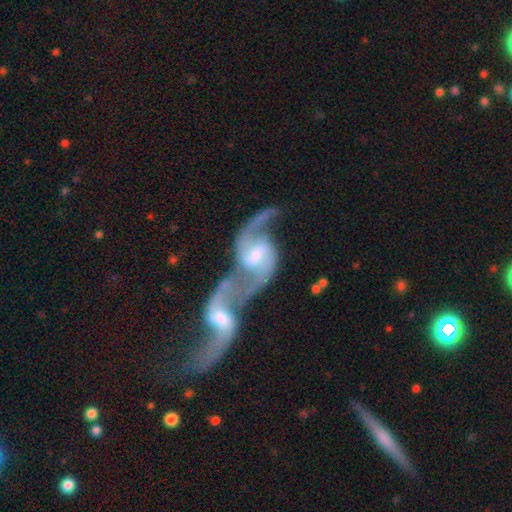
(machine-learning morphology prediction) smooth_or_featured: featured or disk (p=0.89) [alt: smooth p=0.06]
disk_edge_on: no (p=0.97) [alt: yes p=0.03]
bar: weak (p=0.55) [alt: strong p=0.27]
has_spiral_arms: yes (p=0.96) [alt: no p=0.04]
spiral_winding: loose (p=0.62) [alt: medium p=0.32]
spiral_arm_count: 2 (p=0.91) [alt: 1 p=0.03]
bulge_size: moderate (p=0.47) [alt: small p=0.41]
merging: merger (p=0.69) [alt: none p=0.18]